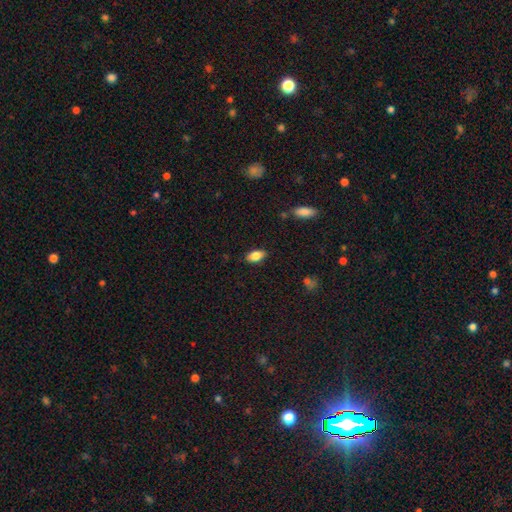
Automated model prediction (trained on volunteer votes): Smooth or featured? Predicted: smooth (p=0.82). How rounded? Predicted: in between (p=0.90). Merging? Predicted: none (p=0.85).